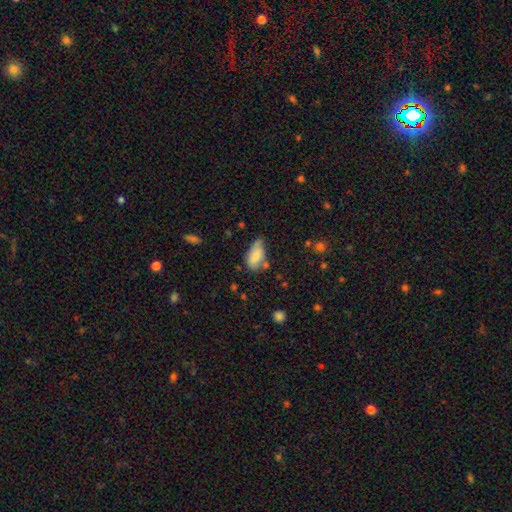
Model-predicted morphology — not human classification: Smooth or featured? smooth (78%)
How rounded? in between (91%)
Merging? none (42%)